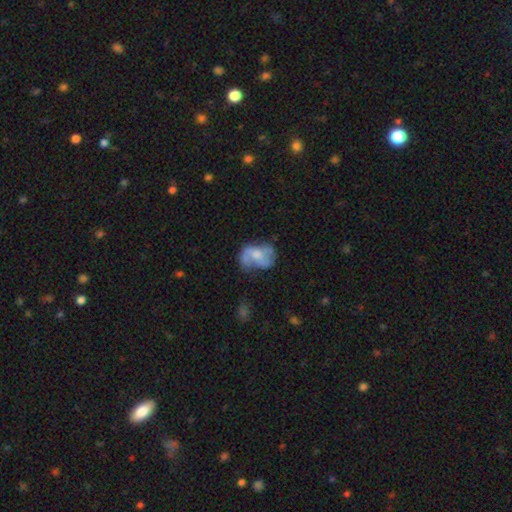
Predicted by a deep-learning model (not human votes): Overall: featured or disk (57%; smooth 36%). Edge-on disk: no (97%). Bar: no (72%). Spiral arms: yes (60%; no 40%). Bulge size: moderate (48%; small 25%). Merging: none (42%; minor disturbance 27%).